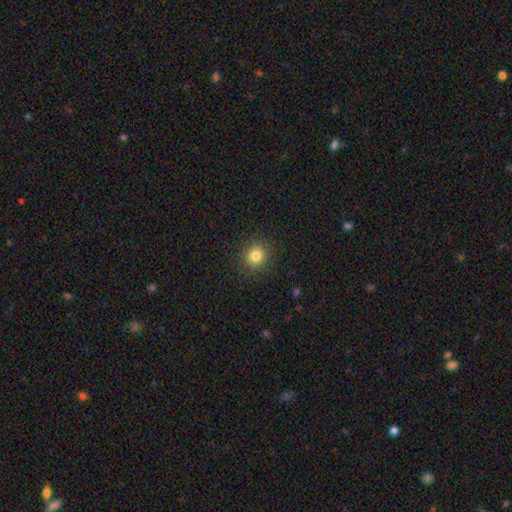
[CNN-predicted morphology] Smooth or featured?
  - smooth: 82% *
  - star or artifact: 12%
  - featured or disk: 6%
How rounded?
  - round: 86% *
  - in between: 13%
  - cigar-shaped: 1%
Merging?
  - none: 90% *
  - minor disturbance: 6%
  - major disturbance: 3%
  - merger: 1%